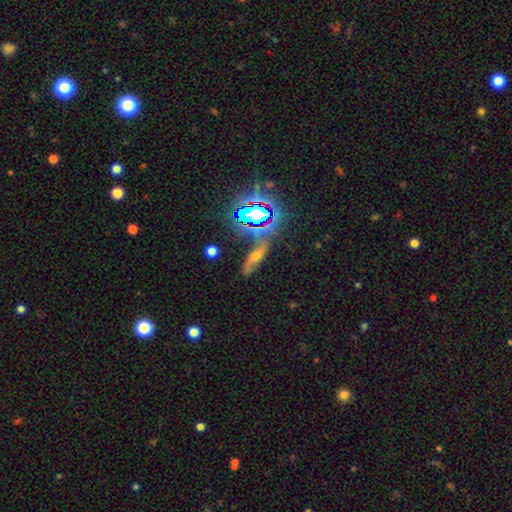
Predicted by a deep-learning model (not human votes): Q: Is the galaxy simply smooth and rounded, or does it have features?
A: featured or disk — 44%.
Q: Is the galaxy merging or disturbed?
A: none — 55%.